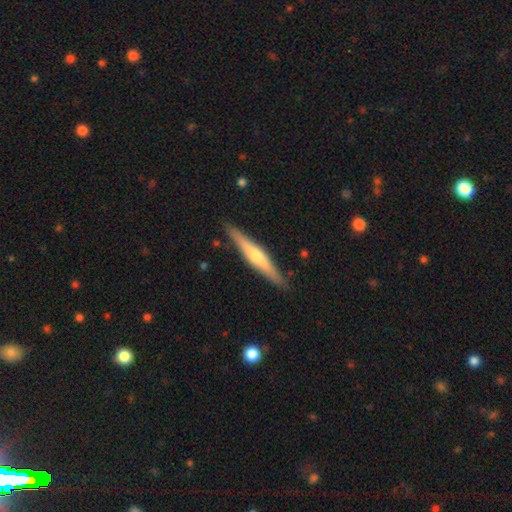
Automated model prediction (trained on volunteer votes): Q: Smooth or featured?
A: featured or disk (64%); runner-up: smooth (31%)
Q: Edge-on disk?
A: yes (97%); runner-up: no (3%)
Q: Edge-on bulge?
A: rounded (81%); runner-up: none (13%)
Q: Merging?
A: none (90%); runner-up: minor disturbance (8%)